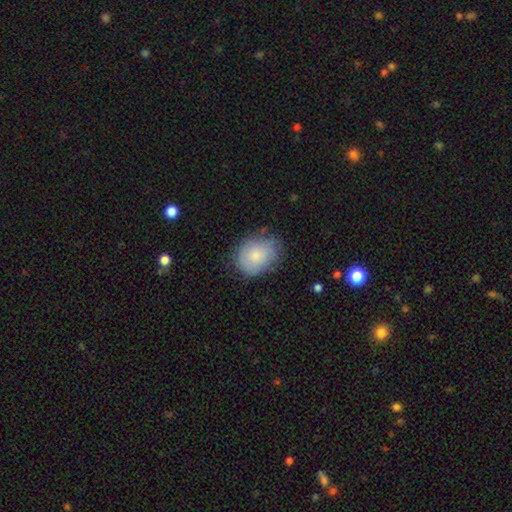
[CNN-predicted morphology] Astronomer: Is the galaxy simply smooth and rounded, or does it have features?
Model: smooth — 77%.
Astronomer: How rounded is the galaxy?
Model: in between — 57% (runner-up: round, 42%).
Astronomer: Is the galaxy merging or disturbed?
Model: none — 67%.